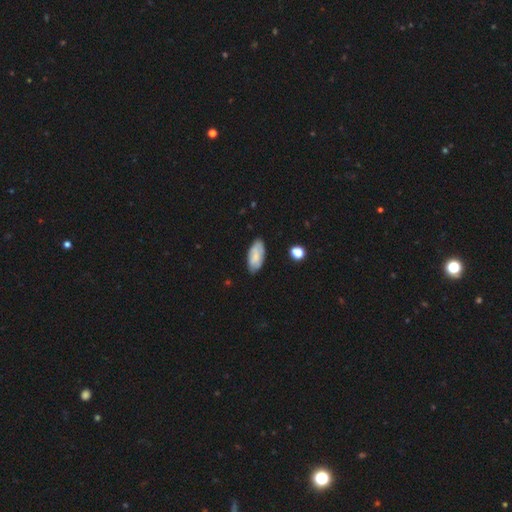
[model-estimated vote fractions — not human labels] Smooth or featured? Predicted: smooth (p=0.70). How rounded? Predicted: in between (p=0.90). Merging? Predicted: none (p=0.77).